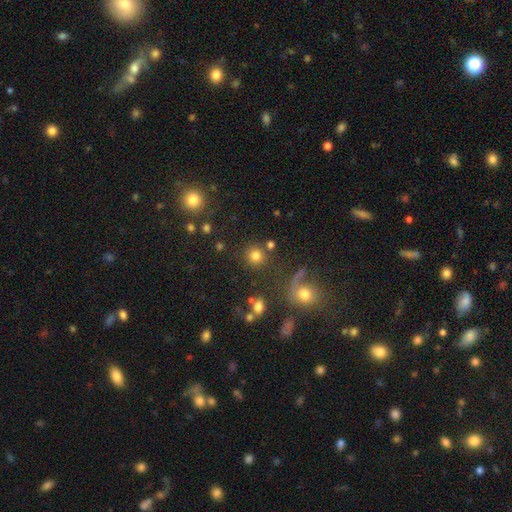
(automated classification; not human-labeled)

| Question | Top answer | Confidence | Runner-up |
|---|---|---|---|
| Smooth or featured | smooth | 79% | star or artifact (13%) |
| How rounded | round | 93% | in between (6%) |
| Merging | none | 81% | minor disturbance (7%) |